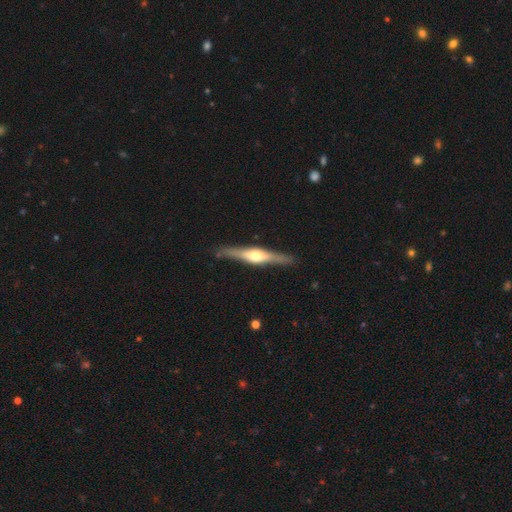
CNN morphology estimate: type=featured or disk (73%); edge-on=yes (97%); edge-on bulge=rounded (91%); merging=none (87%).